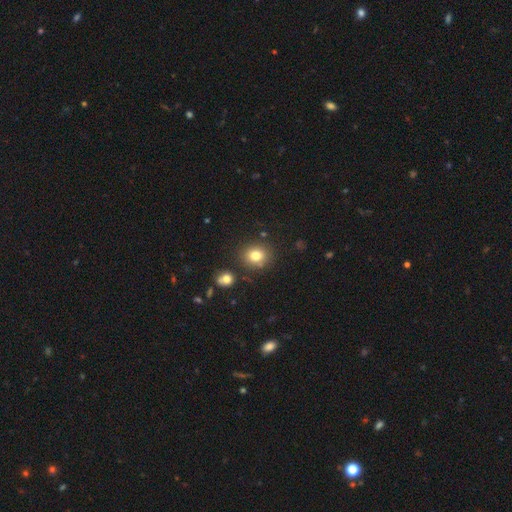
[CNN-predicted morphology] This is likely a smooth galaxy (80%). How rounded: likely round (76%). Merging: clearly none (82%).